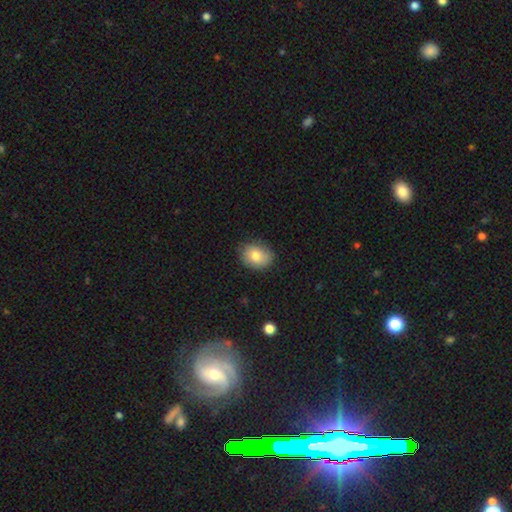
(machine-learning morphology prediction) Q: Smooth or featured?
A: smooth (79%); runner-up: featured or disk (13%)
Q: How rounded?
A: in between (52%); runner-up: round (47%)
Q: Merging?
A: none (83%); runner-up: minor disturbance (13%)